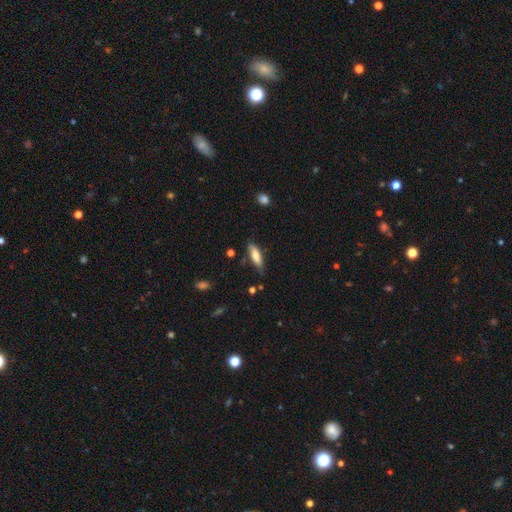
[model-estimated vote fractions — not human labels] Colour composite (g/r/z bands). It shows a smooth galaxy with no disk features (75%) that is cigar-shaped (51%). Merging: none (71%).